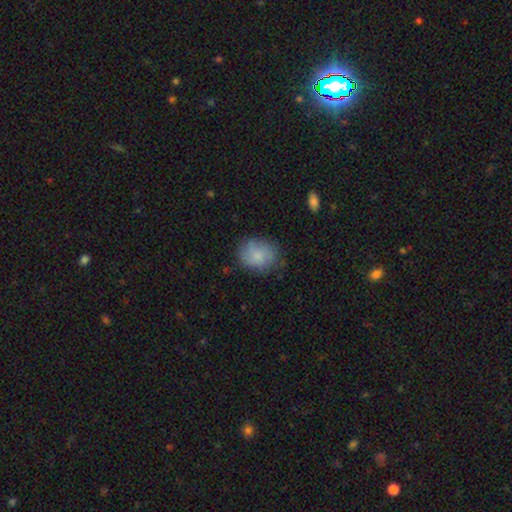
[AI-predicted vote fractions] This is likely a smooth galaxy (78%). How rounded: possibly in between (50%). Merging: likely none (71%).